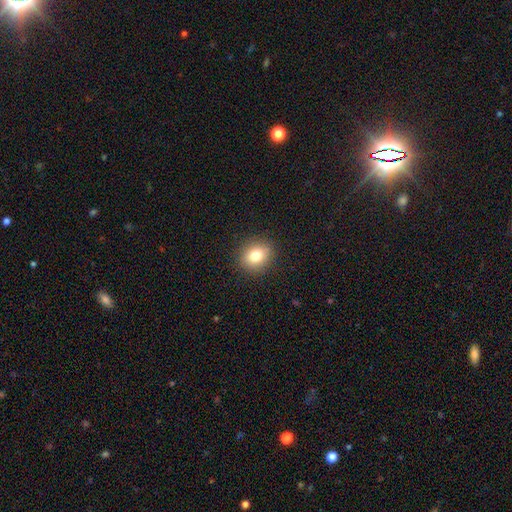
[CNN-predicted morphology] Smooth or featured? Predicted: smooth (p=0.78). How rounded? Predicted: round (p=0.68). Merging? Predicted: none (p=0.89).